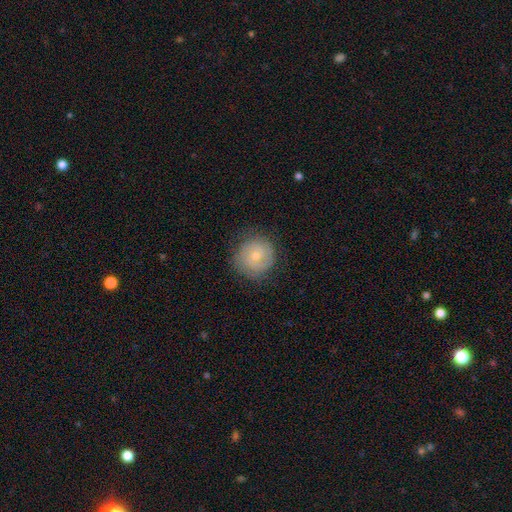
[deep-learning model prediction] Smooth or featured?
  - smooth: 57% *
  - featured or disk: 35%
  - star or artifact: 8%
How rounded?
  - round: 92% *
  - in between: 7%
  - cigar-shaped: 1%
Merging?
  - none: 79% *
  - minor disturbance: 15%
  - major disturbance: 5%
  - merger: 1%